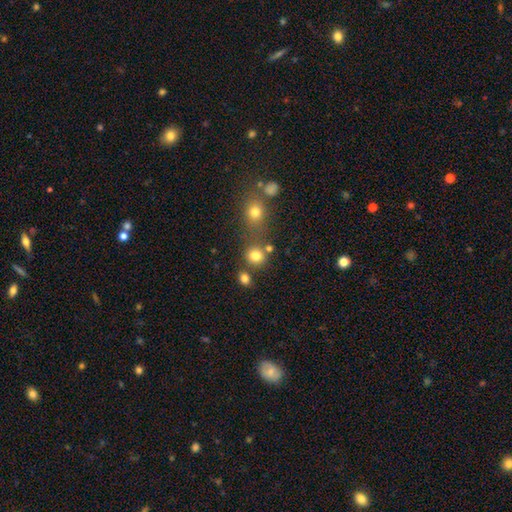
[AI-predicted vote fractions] Smooth or featured? smooth (79%)
How rounded? round (83%)
Merging? none (68%)